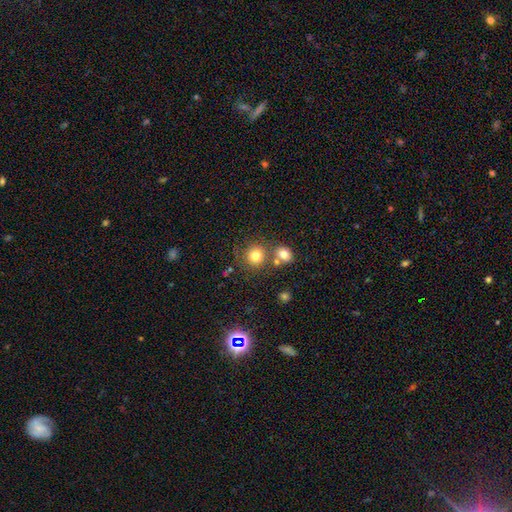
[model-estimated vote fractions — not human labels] Smooth or featured? smooth (77%)
How rounded? round (88%)
Merging? none (67%)